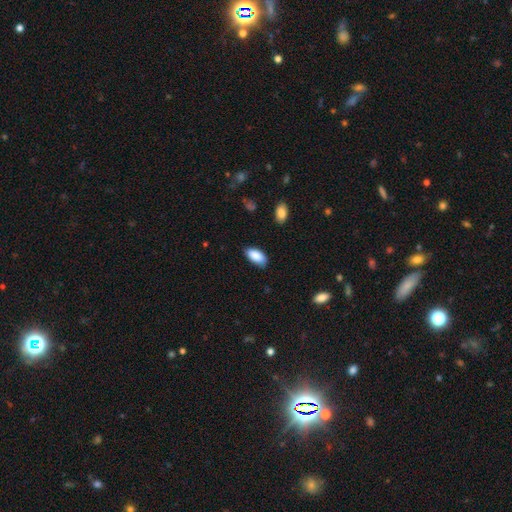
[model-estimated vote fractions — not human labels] Q: Smooth or featured?
A: smooth (88%); runner-up: star or artifact (7%)
Q: How rounded?
A: in between (94%); runner-up: cigar-shaped (4%)
Q: Merging?
A: none (76%); runner-up: minor disturbance (19%)